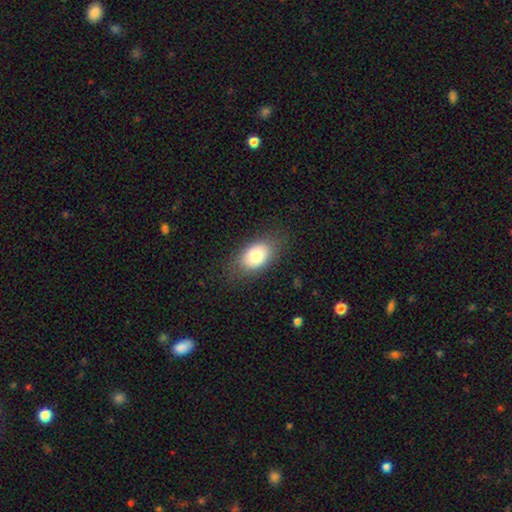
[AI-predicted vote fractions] Smooth or featured? smooth (77%)
How rounded? in between (86%)
Merging? none (79%)